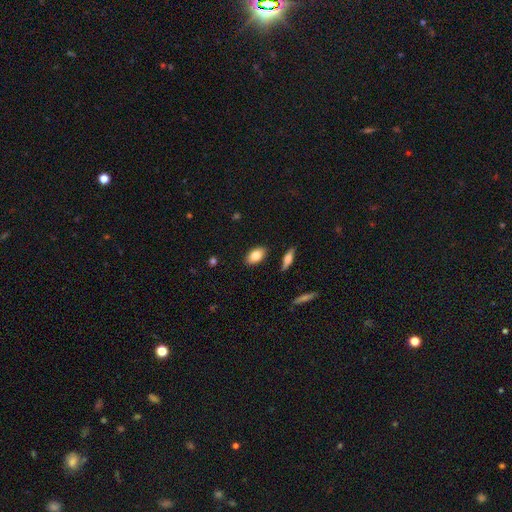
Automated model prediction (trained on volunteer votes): smooth-or-featured: smooth: 82% | featured or disk: 11% | star or artifact: 7%
  how-rounded: in between: 90% | round: 7% | cigar-shaped: 3%
  merging: none: 86% | minor disturbance: 10% | merger: 2% | major disturbance: 2%